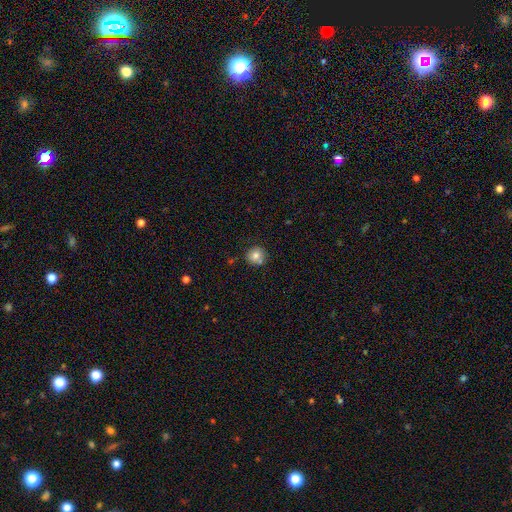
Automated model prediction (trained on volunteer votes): The model was most divided on "merging": none: 73%, merger: 12%, minor disturbance: 12%, major disturbance: 3%. More confident: how rounded — round (91%); smooth or featured — smooth (78%).